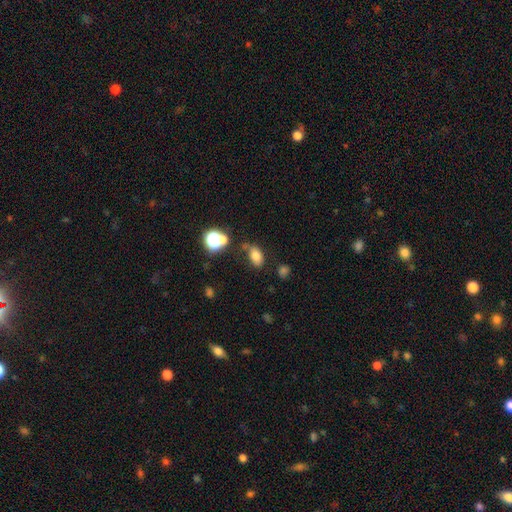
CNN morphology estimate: The model was most divided on "merging": none: 61%, minor disturbance: 22%, merger: 9%, major disturbance: 9%. More confident: how rounded — in between (84%); smooth or featured — smooth (74%).